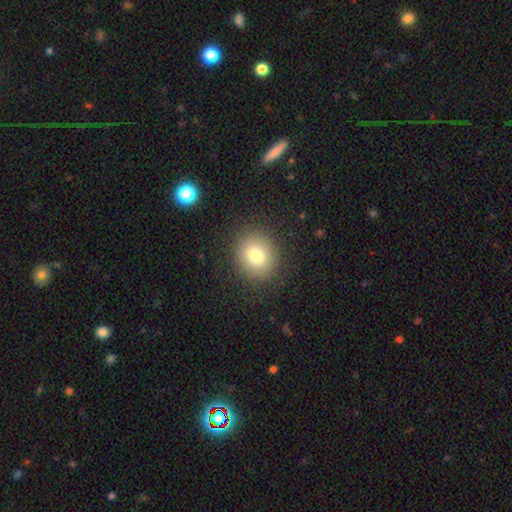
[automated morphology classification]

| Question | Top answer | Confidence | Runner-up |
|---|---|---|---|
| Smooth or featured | smooth | 78% | star or artifact (12%) |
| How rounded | round | 80% | in between (19%) |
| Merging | none | 88% | minor disturbance (7%) |